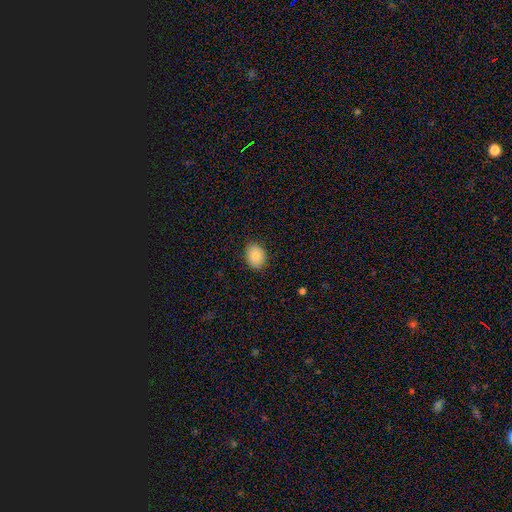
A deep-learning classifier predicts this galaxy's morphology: This appears to be a smooth galaxy with no disk features (84%) that is in between round and cigar-shaped (62%). Merging: none (87%).